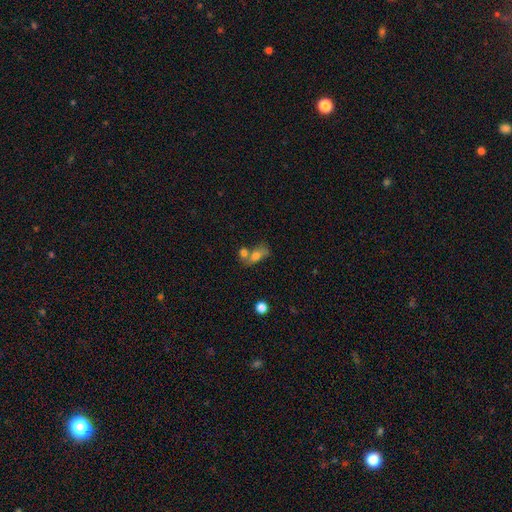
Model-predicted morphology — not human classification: Smooth or featured? smooth (69%)
How rounded? in between (74%)
Merging? merger (48%)